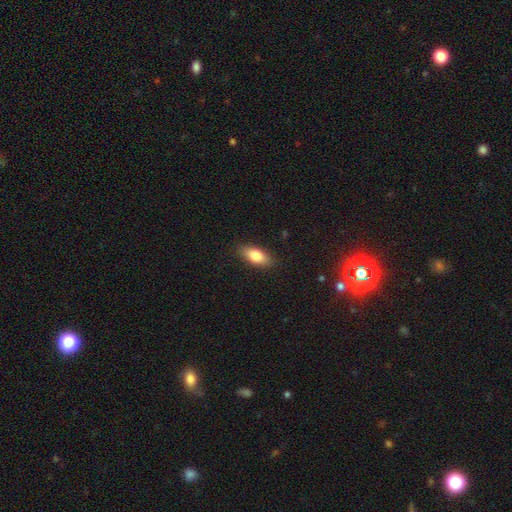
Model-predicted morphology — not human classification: A smooth galaxy with no disk features (82%) that is in between round and cigar-shaped (85%).

Vote fractions:
- Smooth or featured? smooth: 82% / featured or disk: 11% / star or artifact: 7%
- How rounded? in between: 85% / cigar-shaped: 12% / round: 3%
- Merging? none: 86% / minor disturbance: 10% / major disturbance: 2% / merger: 1%